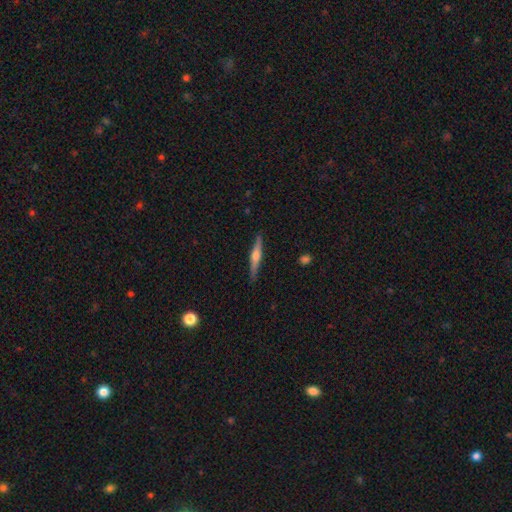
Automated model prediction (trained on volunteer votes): smooth_or_featured: featured or disk (p=0.65) [alt: smooth p=0.29]
disk_edge_on: yes (p=0.97) [alt: no p=0.03]
edge_on_bulge: rounded (p=0.89) [alt: boxy p=0.06]
merging: none (p=0.89) [alt: minor disturbance p=0.08]